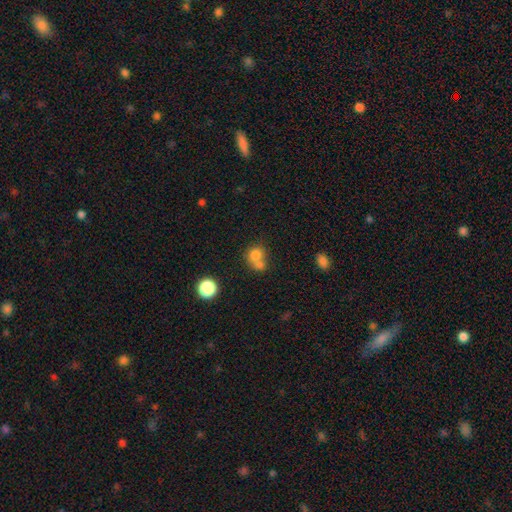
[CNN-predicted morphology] A smooth galaxy with no disk features (75%) that is round (75%).

Vote fractions:
- Smooth or featured? smooth: 75% / featured or disk: 13% / star or artifact: 12%
- How rounded? round: 75% / in between: 24% / cigar-shaped: 1%
- Merging? merger: 56% / none: 32% / minor disturbance: 7% / major disturbance: 4%